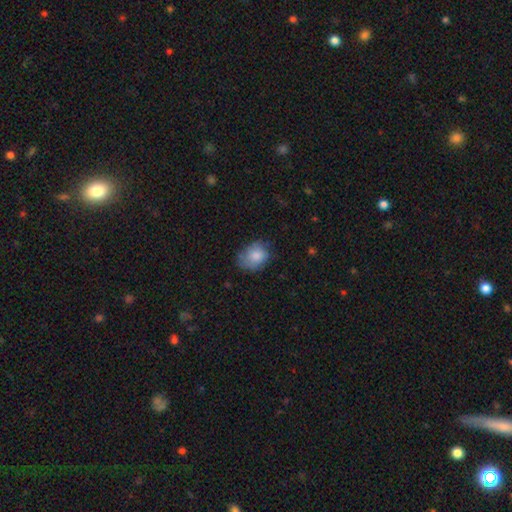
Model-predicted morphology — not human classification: Overall: smooth (78%). How rounded: in between (62%; round 37%). Merging: none (60%; minor disturbance 30%).